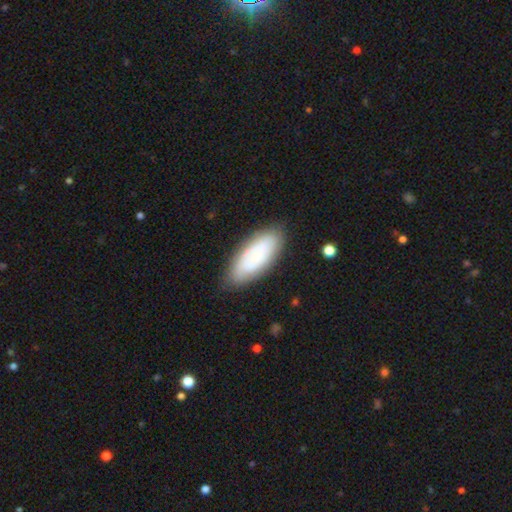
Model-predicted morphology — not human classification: Smooth or featured? smooth (62%)
How rounded? in between (84%)
Merging? none (81%)